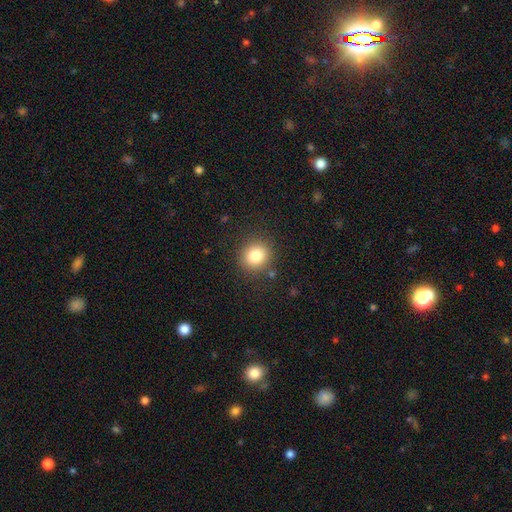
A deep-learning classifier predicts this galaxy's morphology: A smooth galaxy with no disk features (82%) that is round (82%). Merging: none (86%).